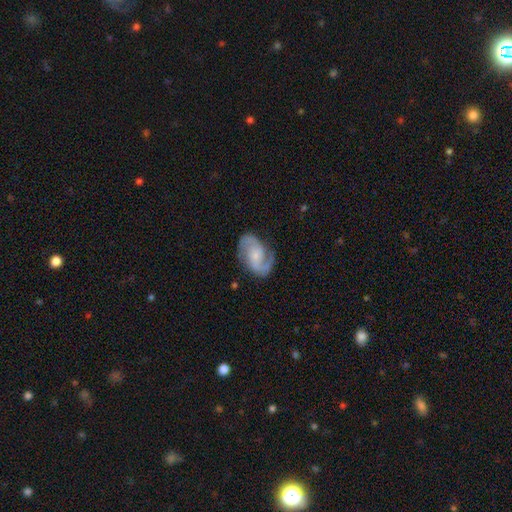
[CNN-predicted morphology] smooth-or-featured: featured or disk: 86% | smooth: 9% | star or artifact: 5%
  disk-edge-on: no: 98% | yes: 2%
    bar: no: 48% | weak: 41% | strong: 11%
    has-spiral-arms: yes: 97% | no: 3%
      spiral-winding: medium: 53% | loose: 27% | tight: 20%
      spiral-arm-count: 2: 91% | can't tell: 3% | 1: 3% | 3: 1% | 4: 1% | more than 4: 1%
    bulge-size: small: 55% | moderate: 27% | none: 14% | large: 3% | dominant: 1%
  merging: none: 76% | minor disturbance: 16% | major disturbance: 6% | merger: 1%